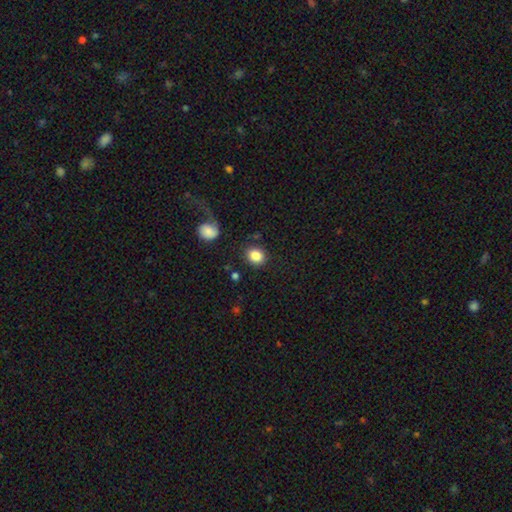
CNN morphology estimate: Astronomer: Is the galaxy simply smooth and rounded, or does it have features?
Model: smooth — 85%.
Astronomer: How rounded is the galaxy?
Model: round — 67%.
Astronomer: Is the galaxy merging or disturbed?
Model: none — 84%.